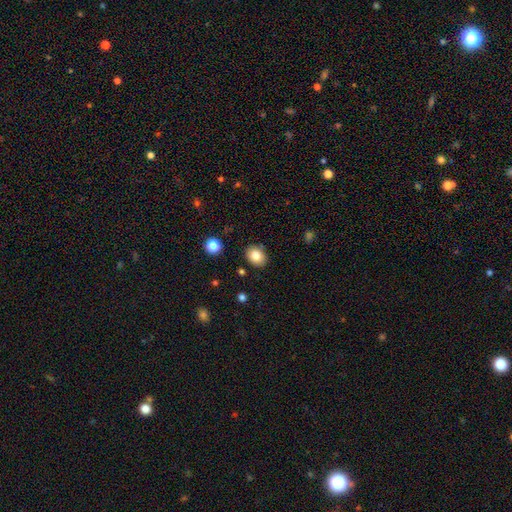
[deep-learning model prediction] Q: Smooth or featured?
A: smooth (83%); runner-up: star or artifact (9%)
Q: How rounded?
A: round (51%); runner-up: in between (48%)
Q: Merging?
A: none (86%); runner-up: minor disturbance (9%)